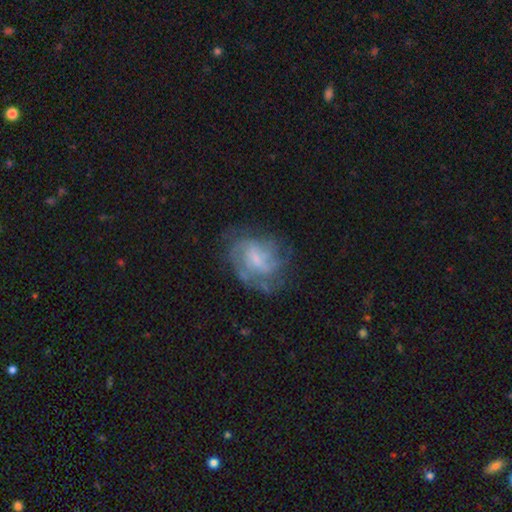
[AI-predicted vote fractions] Overall: featured or disk (69%). Edge-on disk: no (97%). Bar: weak (47%; no 40%). Spiral arms: yes (83%). Spiral arm count: can't tell (41%; 2 25%). Spiral winding: tight (43%; medium 41%). Bulge size: small (41%; none 27%). Merging: none (62%).